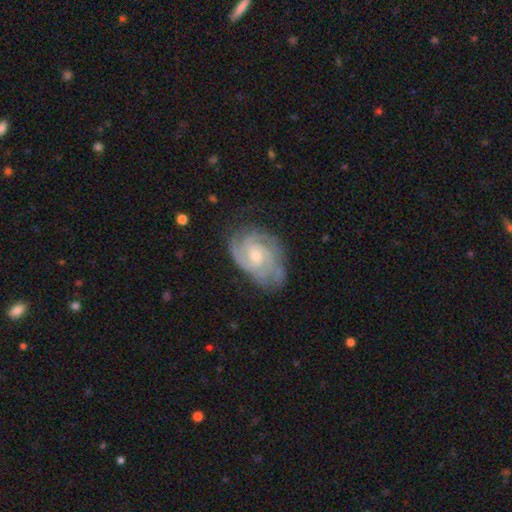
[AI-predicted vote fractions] Q: Smooth or featured?
A: featured or disk (88%); runner-up: smooth (7%)
Q: Edge-on disk?
A: no (97%); runner-up: yes (3%)
Q: Bar?
A: no (64%); runner-up: weak (32%)
Q: Spiral arms?
A: yes (98%); runner-up: no (2%)
Q: Spiral winding?
A: tight (67%); runner-up: medium (29%)
Q: Spiral arm count?
A: 3 (35%); runner-up: 2 (23%)
Q: Bulge size?
A: small (52%); runner-up: moderate (43%)
Q: Merging?
A: none (72%); runner-up: minor disturbance (20%)